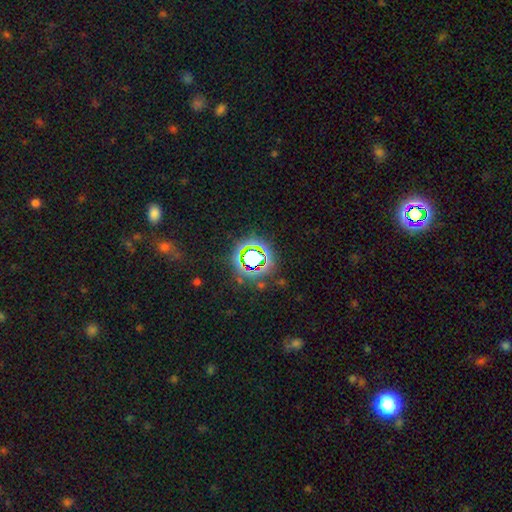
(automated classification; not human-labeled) Q: Smooth or featured?
A: star or artifact (71%); runner-up: smooth (19%)